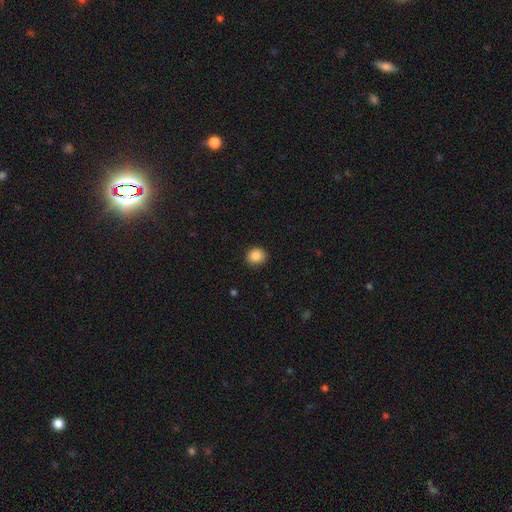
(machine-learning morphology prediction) smooth_or_featured: smooth (p=0.88) [alt: star or artifact p=0.09]
how_rounded: round (p=0.81) [alt: in between p=0.18]
merging: none (p=0.89) [alt: minor disturbance p=0.08]